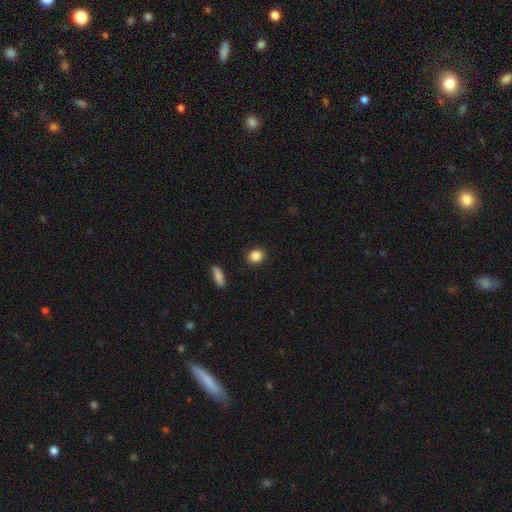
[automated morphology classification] Smooth or featured: smooth — 86% (star or artifact — 9%)
How rounded: round — 60% (in between — 38%)
Merging: none — 90% (minor disturbance — 6%)